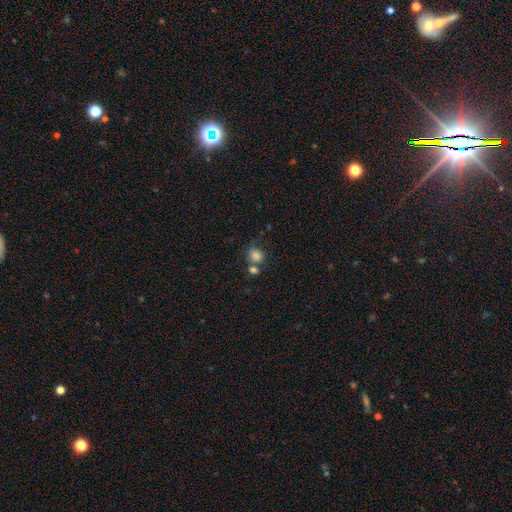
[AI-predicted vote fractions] This is clearly a smooth galaxy (82%). How rounded: likely round (66%). Merging: possibly none (48%).